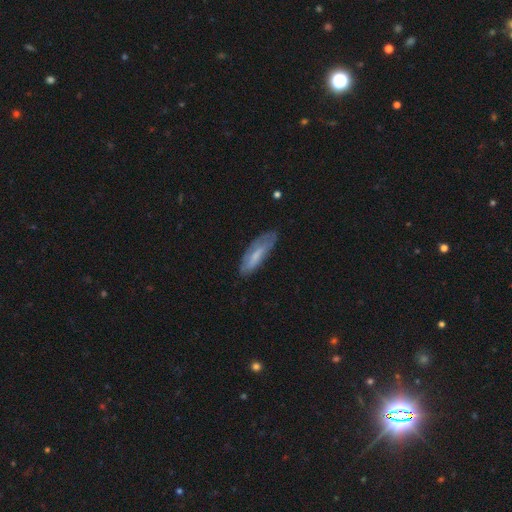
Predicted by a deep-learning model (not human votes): Smooth or featured: smooth — 59% (featured or disk — 34%)
How rounded: cigar-shaped — 51% (in between — 48%)
Merging: none — 62% (minor disturbance — 27%)